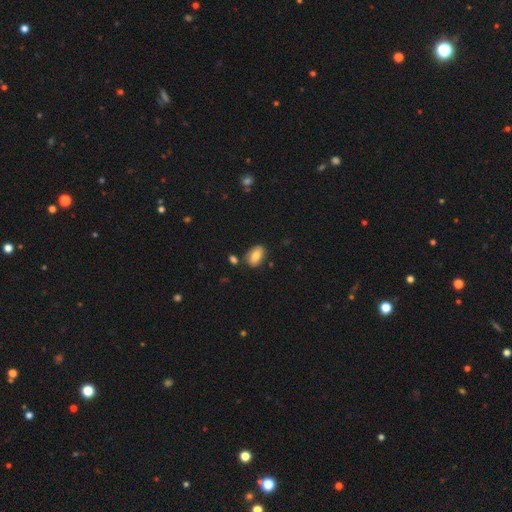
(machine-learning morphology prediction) Smooth or featured: smooth — 78% (featured or disk — 14%)
How rounded: in between — 90% (round — 8%)
Merging: none — 79% (minor disturbance — 13%)